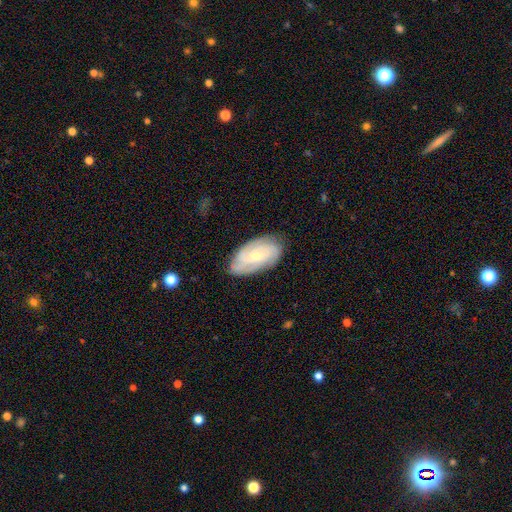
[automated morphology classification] A featured or disk galaxy (68%) with no bar (60%), tight (56%) spiral arms (89%) and a small central bulge (60%).

Vote fractions:
- Smooth or featured? featured or disk: 68% / smooth: 26% / star or artifact: 6%
- Edge-on disk? no: 94% / yes: 6%
- Bar? no: 60% / weak: 32% / strong: 8%
- Spiral arms? yes: 89% / no: 11%
- Spiral winding? tight: 56% / medium: 33% / loose: 11%
- Spiral arm count? can't tell: 35% / 2: 25% / 3: 22% / 4: 10% / 1: 4% / more than 4: 4%
- Bulge size? small: 60% / moderate: 36% / large: 1% / none: 1% / dominant: 1%
- Merging? none: 76% / minor disturbance: 19% / major disturbance: 4% / merger: 1%